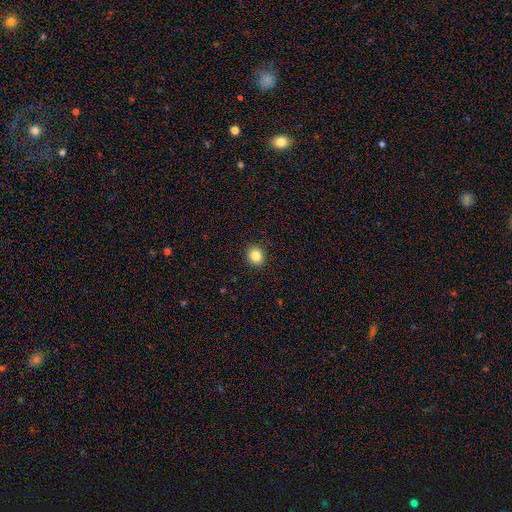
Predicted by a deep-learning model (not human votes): Smooth or featured? Predicted: smooth (p=0.84). How rounded? Predicted: round (p=0.76). Merging? Predicted: none (p=0.91).